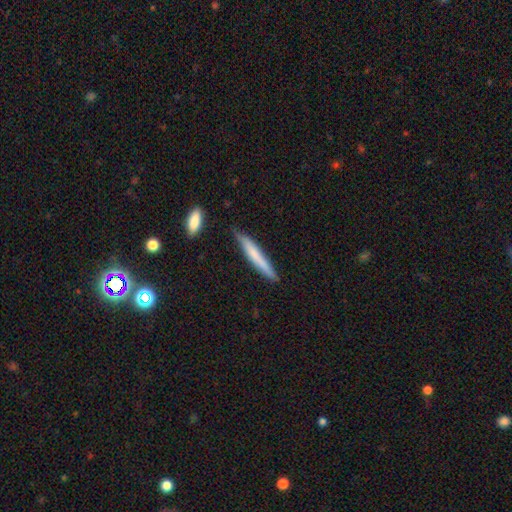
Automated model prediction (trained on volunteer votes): smooth 66%, featured or disk 28%, star or artifact 6%. Down the decision tree: how rounded — cigar-shaped (95%); merging — none (83%).